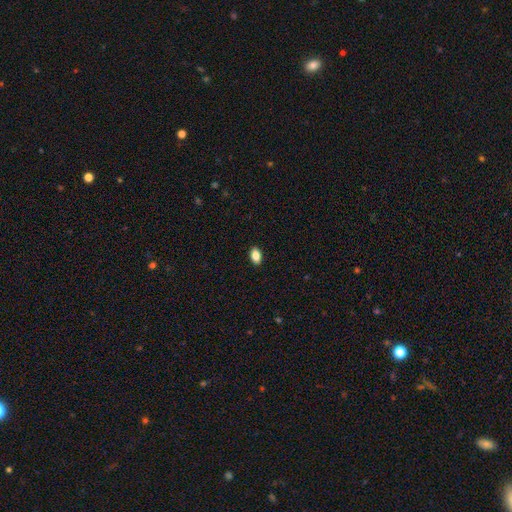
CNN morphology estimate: A smooth galaxy with no disk features (85%) that is in between round and cigar-shaped (90%).

Vote fractions:
- Smooth or featured? smooth: 85% / star or artifact: 8% / featured or disk: 7%
- How rounded? in between: 90% / round: 8% / cigar-shaped: 2%
- Merging? none: 90% / minor disturbance: 7% / major disturbance: 2% / merger: 1%